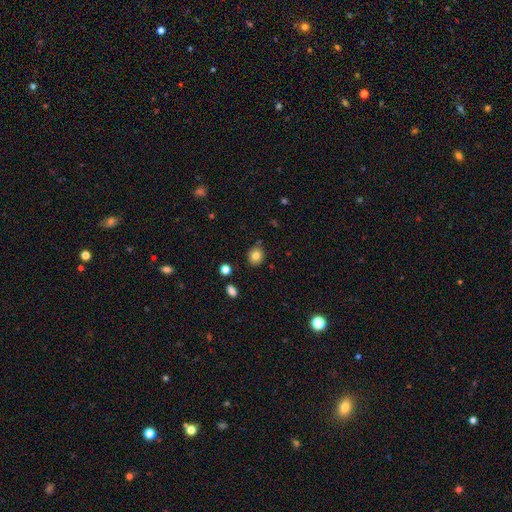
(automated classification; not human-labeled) smooth-or-featured: smooth: 80% | star or artifact: 10% | featured or disk: 10%
  how-rounded: round: 69% | in between: 30% | cigar-shaped: 1%
  merging: none: 84% | minor disturbance: 11% | merger: 3% | major disturbance: 2%